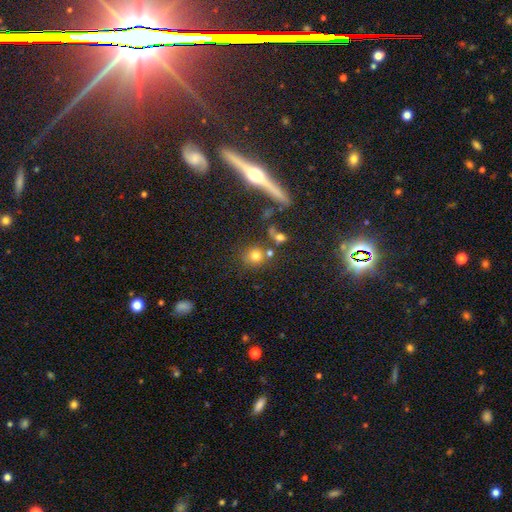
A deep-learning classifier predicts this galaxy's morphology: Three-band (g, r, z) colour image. It shows a smooth galaxy with no disk features (74%) that is round (86%). Merging: none (68%).